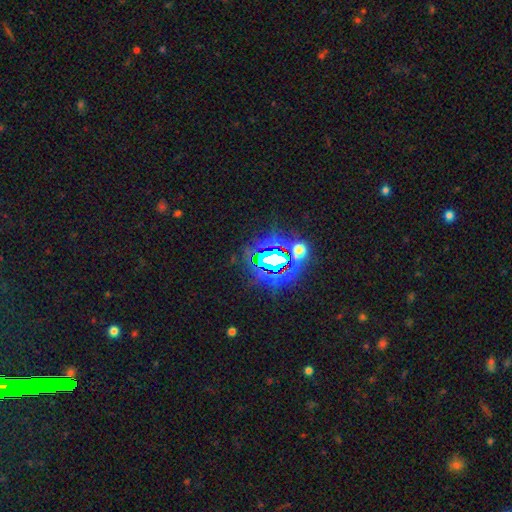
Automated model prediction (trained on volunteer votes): Smooth or featured: star or artifact — 82% (smooth — 11%)